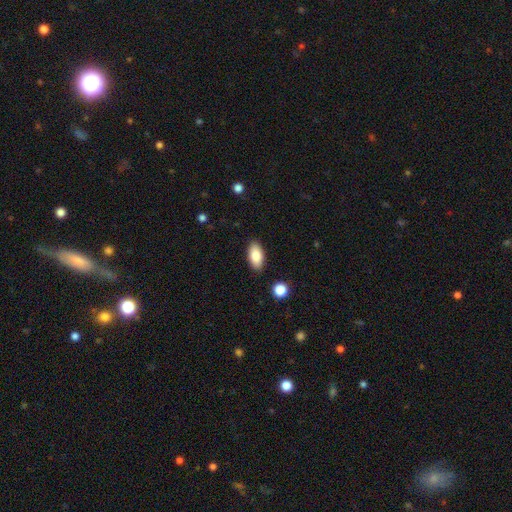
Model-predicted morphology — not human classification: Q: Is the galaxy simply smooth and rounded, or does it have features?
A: smooth — 85%.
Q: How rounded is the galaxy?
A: in between — 92%.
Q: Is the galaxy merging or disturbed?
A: none — 88%.